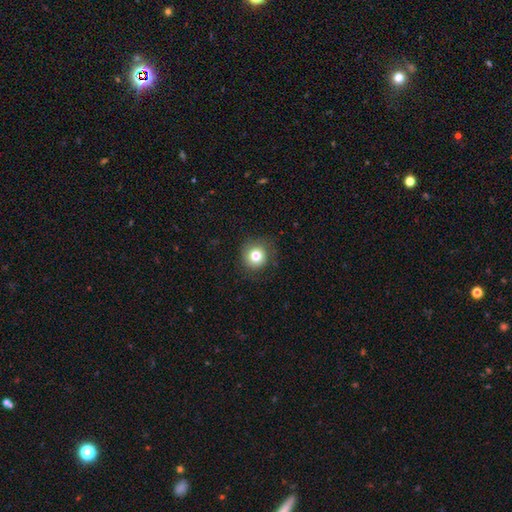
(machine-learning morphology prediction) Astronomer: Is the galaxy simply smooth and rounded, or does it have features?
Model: smooth — 79%.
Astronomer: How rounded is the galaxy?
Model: round — 92%.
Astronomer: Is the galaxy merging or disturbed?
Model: none — 82%.